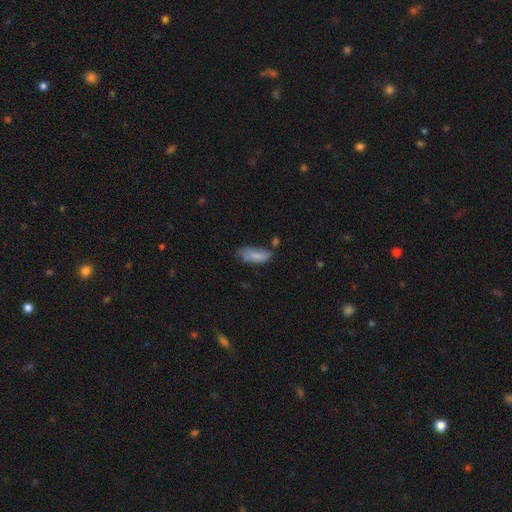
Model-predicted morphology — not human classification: smooth 81%, featured or disk 11%, star or artifact 8%. Down the decision tree: how rounded — in between (78%); merging — none (46%).